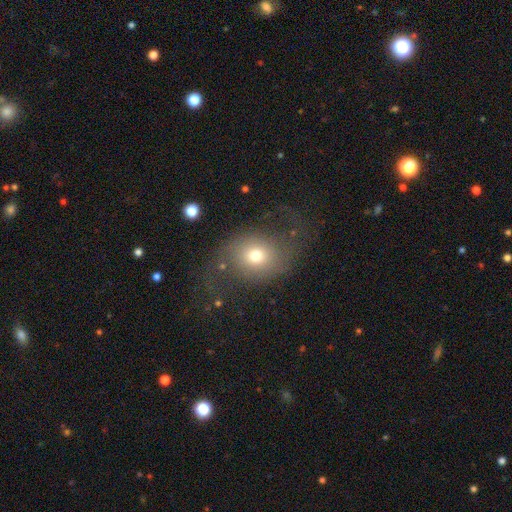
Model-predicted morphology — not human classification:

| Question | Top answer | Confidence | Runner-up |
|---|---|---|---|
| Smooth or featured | smooth | 53% | featured or disk (35%) |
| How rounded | round | 54% | in between (45%) |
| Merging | none | 48% | major disturbance (32%) |